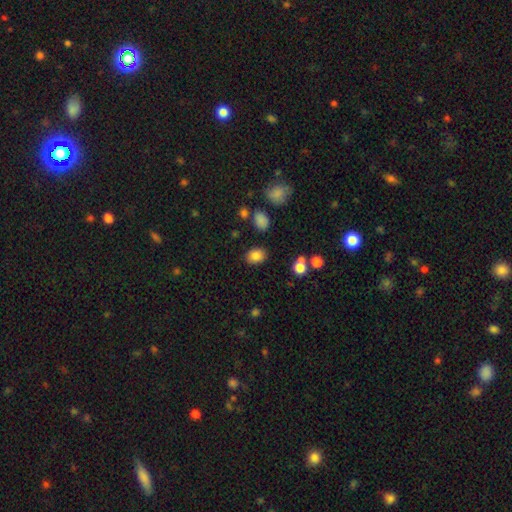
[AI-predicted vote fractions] This is clearly a smooth galaxy (84%). How rounded: likely in between (64%). Merging: clearly none (83%).